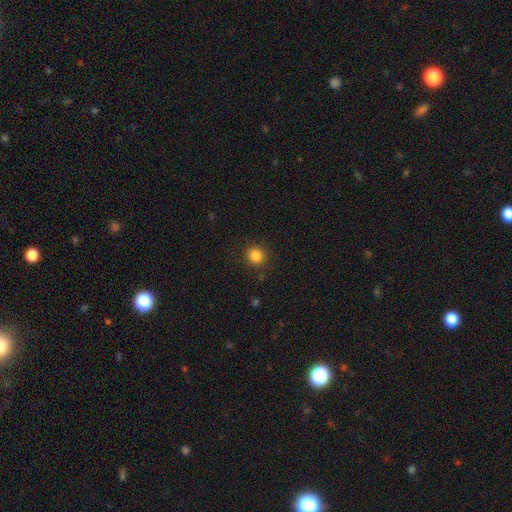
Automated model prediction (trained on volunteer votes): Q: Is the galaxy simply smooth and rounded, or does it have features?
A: smooth — 84%.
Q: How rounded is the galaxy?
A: round — 92%.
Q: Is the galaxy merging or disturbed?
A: none — 89%.